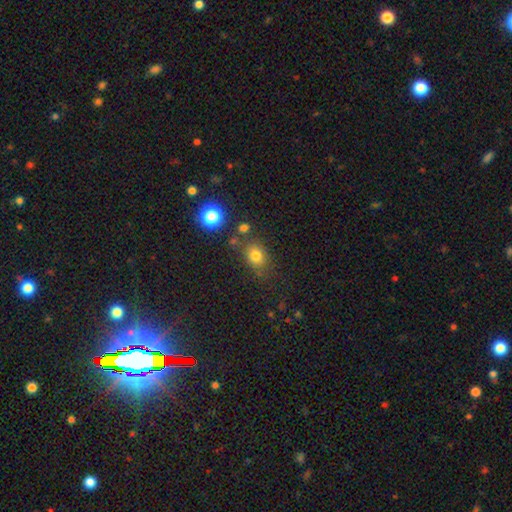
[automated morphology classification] This appears to be a smooth galaxy with no disk features (77%) that is round (55%). Merging: none (72%).